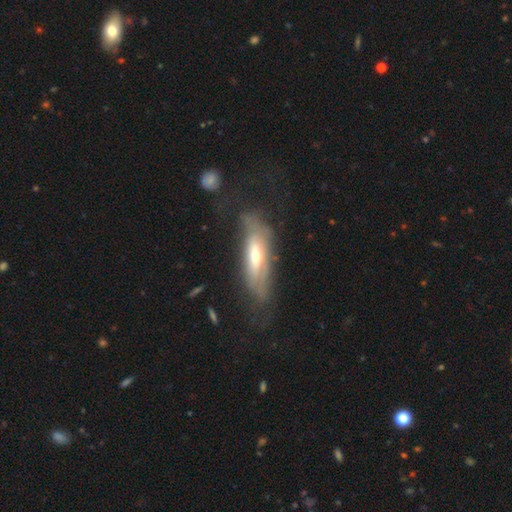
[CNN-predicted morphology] The model was most divided on "edge-on disk": no: 55%, yes: 45%. Remaining: smooth or featured — featured or disk (58%); merging — none (49%).